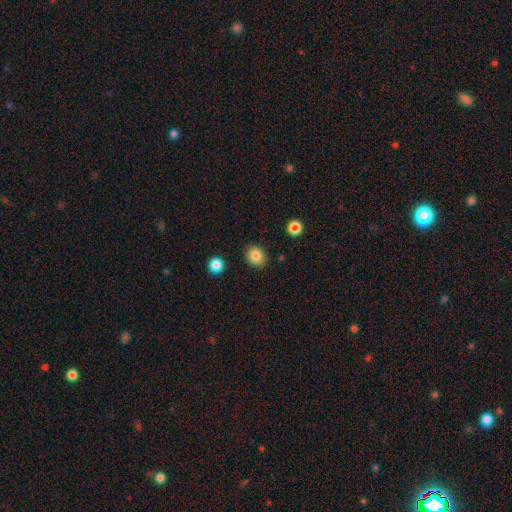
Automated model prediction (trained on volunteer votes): A smooth galaxy with no disk features (84%) that is round (66%). Merging: none (88%).